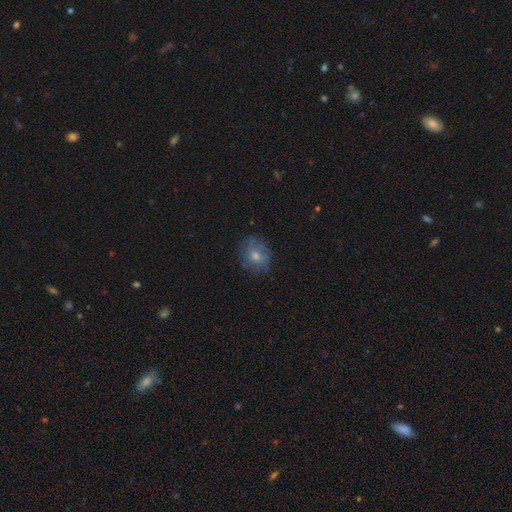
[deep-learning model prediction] Smooth or featured? Predicted: smooth (p=0.56). How rounded? Predicted: round (p=0.64). Merging? Predicted: none (p=0.74).